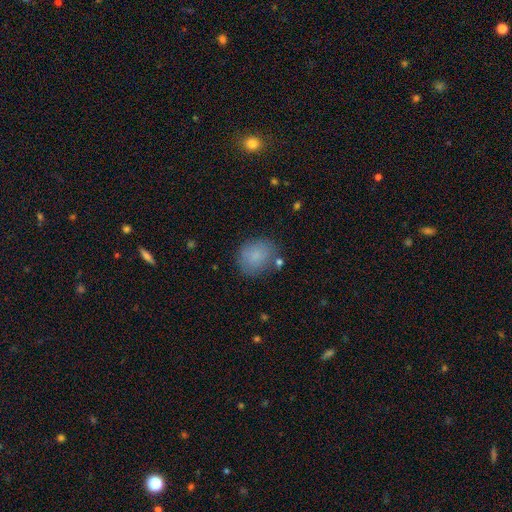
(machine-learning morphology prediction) smooth 84%, star or artifact 9%, featured or disk 7%. Down the decision tree: how rounded — round (66%); merging — none (75%).